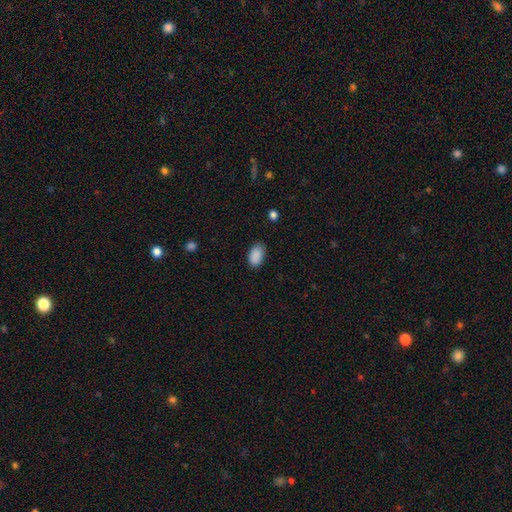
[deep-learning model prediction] Q: Smooth or featured?
A: smooth (90%); runner-up: star or artifact (7%)
Q: How rounded?
A: in between (93%); runner-up: round (6%)
Q: Merging?
A: none (83%); runner-up: minor disturbance (13%)